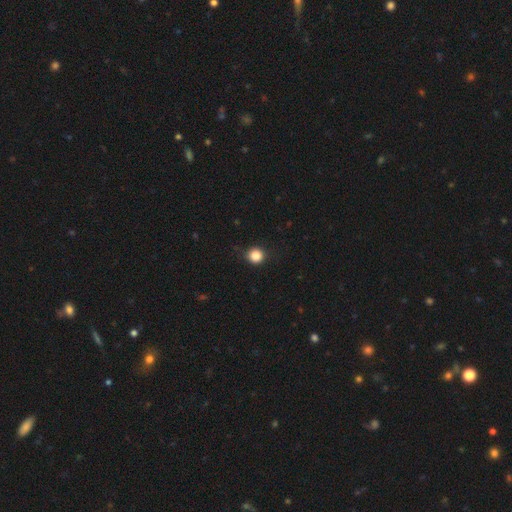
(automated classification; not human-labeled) This is clearly a smooth galaxy (85%). How rounded: clearly round (91%). Merging: clearly none (88%).